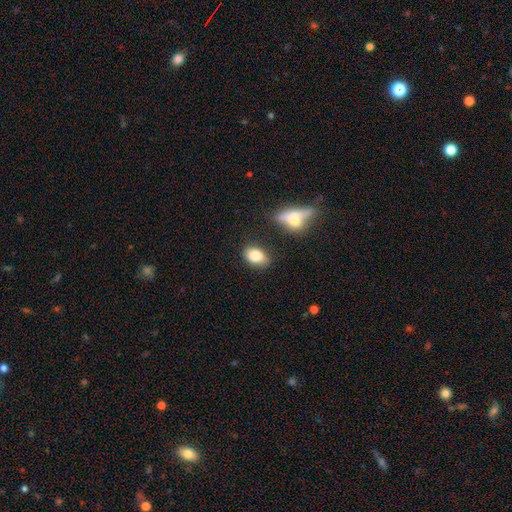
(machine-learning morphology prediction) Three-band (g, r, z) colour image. It shows a smooth galaxy with no disk features (83%) that is in between round and cigar-shaped (80%). Merging: none (74%).